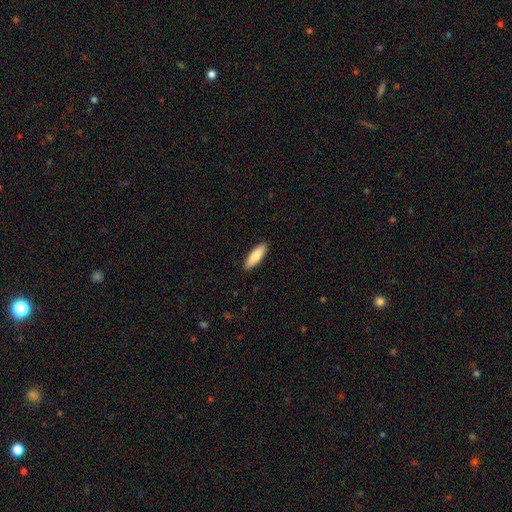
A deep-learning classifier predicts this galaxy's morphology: smooth-or-featured: smooth: 85% | featured or disk: 10% | star or artifact: 5%
  how-rounded: cigar-shaped: 53% | in between: 46% | round: 1%
  merging: none: 90% | minor disturbance: 7% | major disturbance: 2% | merger: 1%